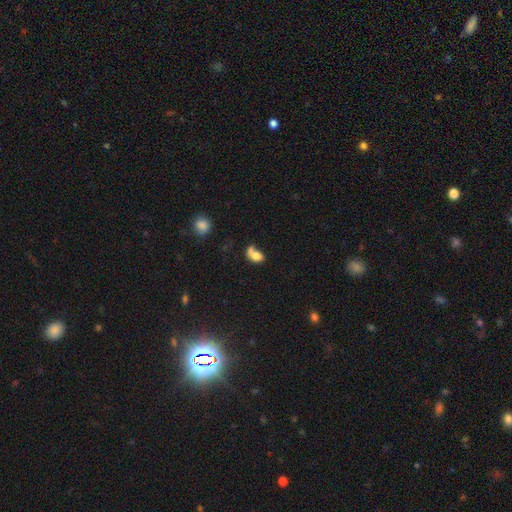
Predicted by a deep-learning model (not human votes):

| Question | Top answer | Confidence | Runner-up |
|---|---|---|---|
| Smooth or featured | smooth | 75% | featured or disk (15%) |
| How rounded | in between | 74% | round (24%) |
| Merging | merger | 44% | none (26%) |